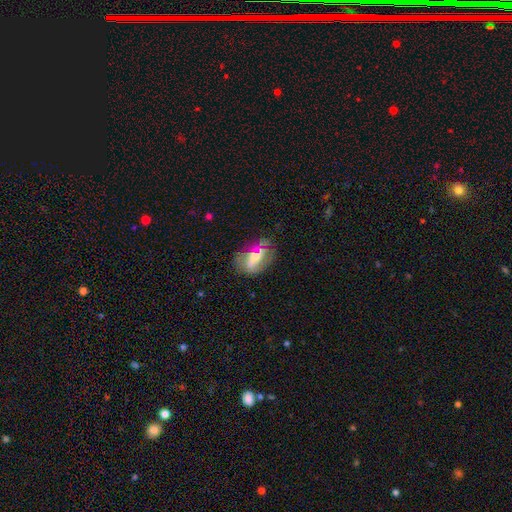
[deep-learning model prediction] A featured or disk galaxy (50%).

Vote fractions:
- Smooth or featured? featured or disk: 50% / smooth: 40% / star or artifact: 10%
- Merging? none: 53% / minor disturbance: 25% / major disturbance: 15% / merger: 7%